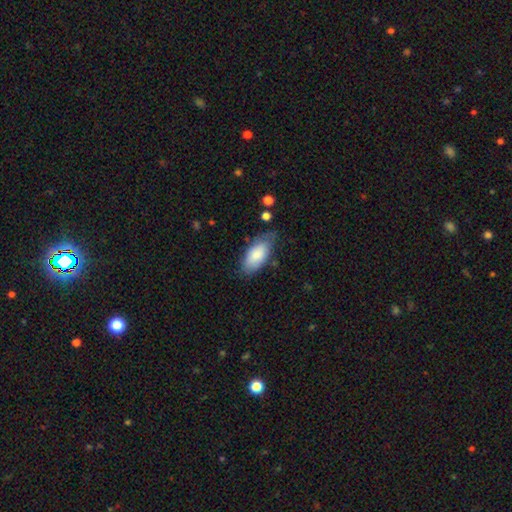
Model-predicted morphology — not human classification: Smooth or featured? Predicted: smooth (p=0.81). How rounded? Predicted: in between (p=0.91). Merging? Predicted: none (p=0.65).